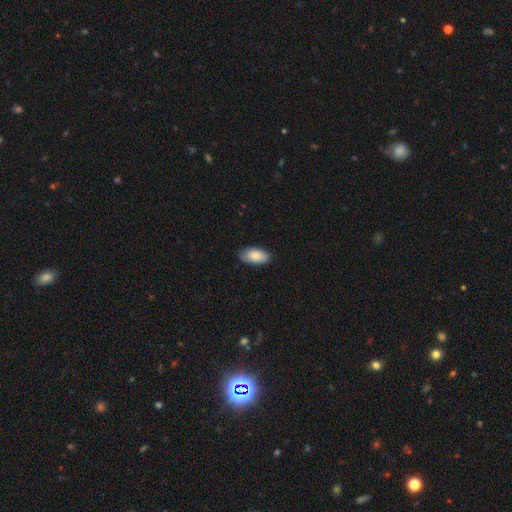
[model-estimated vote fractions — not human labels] Smooth or featured?
  - smooth: 86% *
  - featured or disk: 8%
  - star or artifact: 6%
How rounded?
  - in between: 94% *
  - cigar-shaped: 4%
  - round: 2%
Merging?
  - none: 83% *
  - minor disturbance: 14%
  - major disturbance: 2%
  - merger: 1%